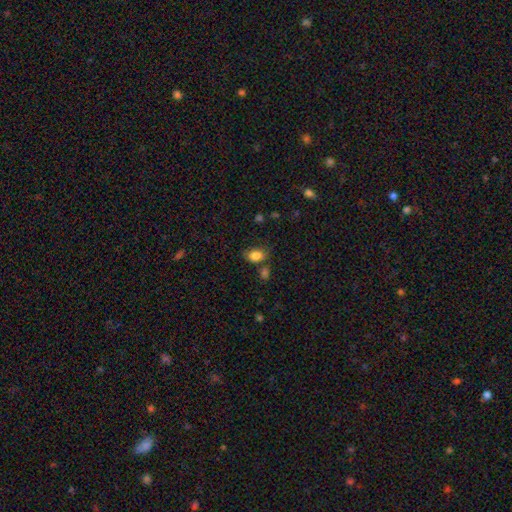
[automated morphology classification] smooth-or-featured: smooth: 84% | star or artifact: 9% | featured or disk: 7%
  how-rounded: in between: 82% | round: 17% | cigar-shaped: 1%
  merging: none: 63% | minor disturbance: 20% | merger: 11% | major disturbance: 6%